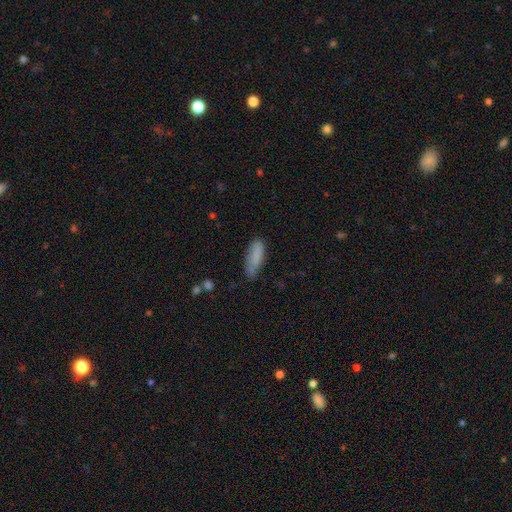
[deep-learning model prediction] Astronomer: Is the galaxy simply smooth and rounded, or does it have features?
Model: smooth — 83%.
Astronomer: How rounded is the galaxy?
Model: in between — 59% (runner-up: cigar-shaped, 39%).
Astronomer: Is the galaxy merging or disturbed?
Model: none — 61%.